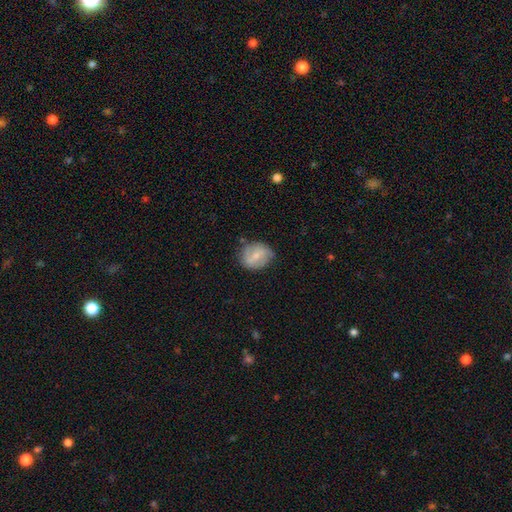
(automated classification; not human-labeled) Smooth or featured? featured or disk (48%)
Merging? none (69%)